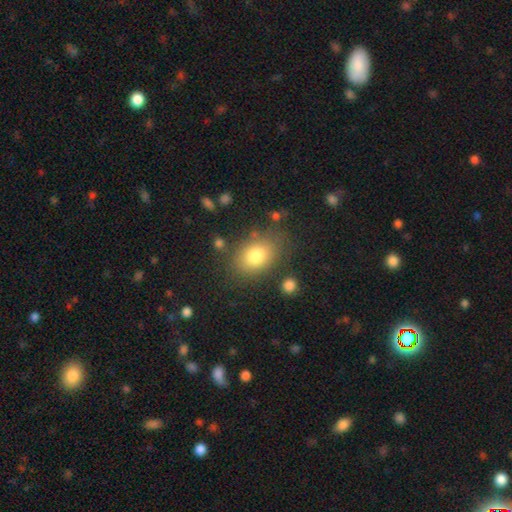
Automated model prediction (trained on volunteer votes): Smooth or featured? smooth (79%)
How rounded? in between (74%)
Merging? none (76%)